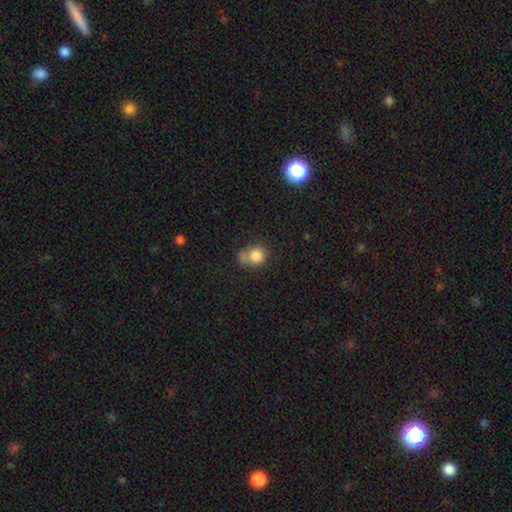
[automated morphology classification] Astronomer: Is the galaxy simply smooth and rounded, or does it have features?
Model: smooth — 80%.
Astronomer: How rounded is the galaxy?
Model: round — 71%.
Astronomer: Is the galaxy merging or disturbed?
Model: none — 42% (runner-up: merger, 23%).